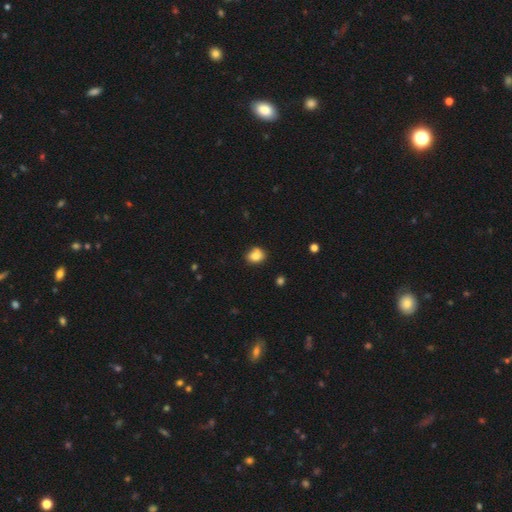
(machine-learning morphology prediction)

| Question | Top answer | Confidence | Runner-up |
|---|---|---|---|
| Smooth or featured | smooth | 81% | star or artifact (10%) |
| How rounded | round | 59% | in between (40%) |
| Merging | none | 68% | minor disturbance (21%) |